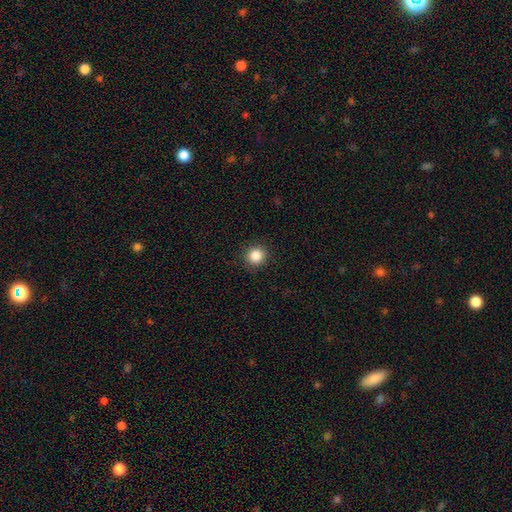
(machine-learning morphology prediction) The model was most divided on "smooth or featured": smooth: 86%, star or artifact: 10%, featured or disk: 4%. More confident: how rounded — round (92%); merging — none (91%).